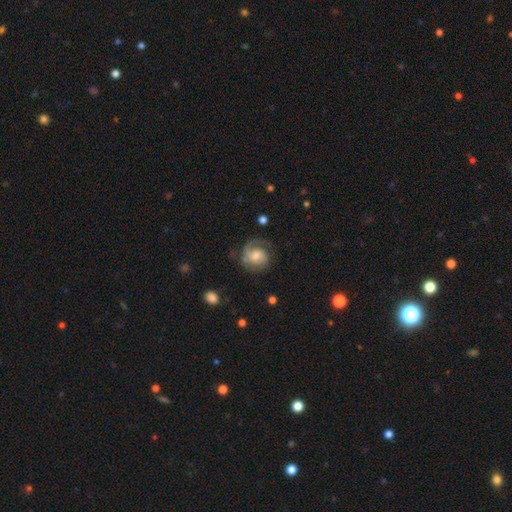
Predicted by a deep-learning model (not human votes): This appears to be a featured or disk galaxy (68%) with no bar (63%), 1 (45%) tight (43%) spiral arms (90%) and a moderate central bulge (44%). Merging: none (59%).